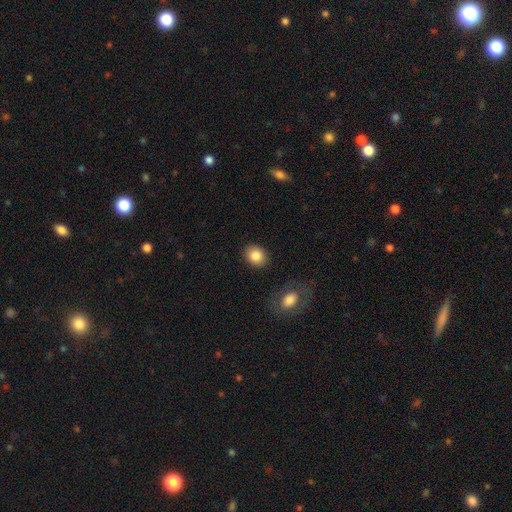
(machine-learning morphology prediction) smooth_or_featured: smooth (p=0.85) [alt: star or artifact p=0.08]
how_rounded: round (p=0.55) [alt: in between p=0.44]
merging: none (p=0.87) [alt: minor disturbance p=0.08]